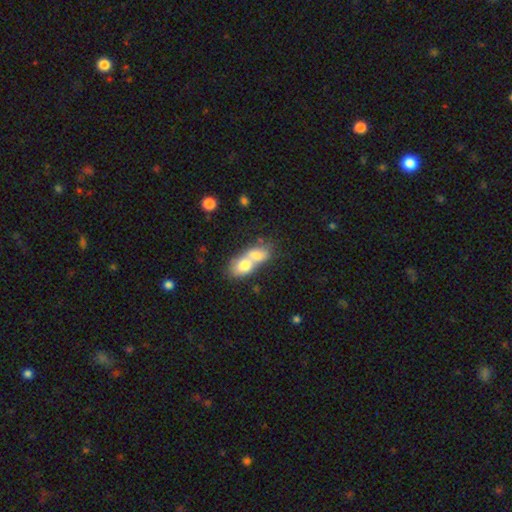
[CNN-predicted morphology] Smooth or featured?
  - smooth: 67% *
  - featured or disk: 23%
  - star or artifact: 9%
How rounded?
  - in between: 63% *
  - round: 31%
  - cigar-shaped: 7%
Merging?
  - merger: 75% *
  - none: 16%
  - minor disturbance: 5%
  - major disturbance: 4%